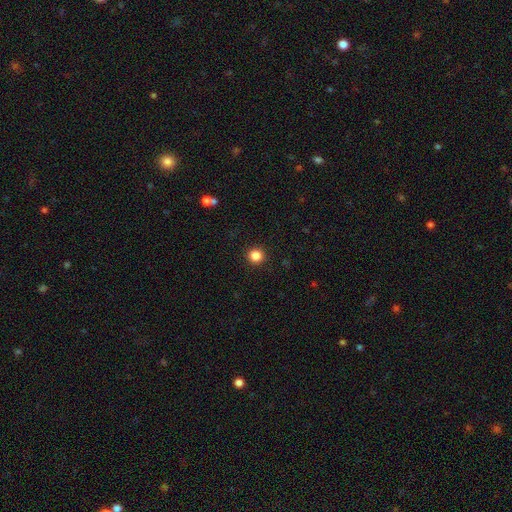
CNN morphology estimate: smooth-or-featured: smooth: 85% | star or artifact: 11% | featured or disk: 4%
  how-rounded: round: 94% | in between: 5% | cigar-shaped: 1%
  merging: none: 93% | minor disturbance: 5% | major disturbance: 2% | merger: 1%